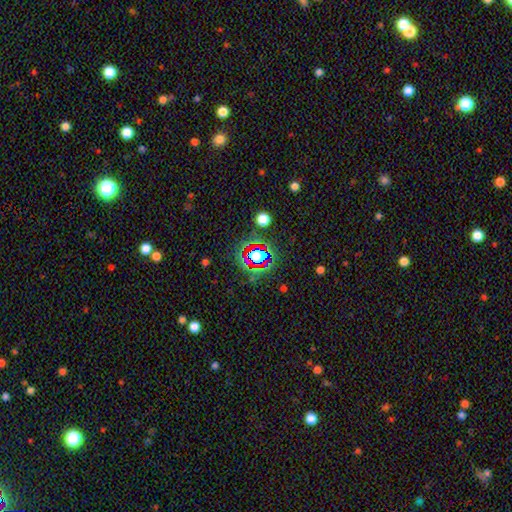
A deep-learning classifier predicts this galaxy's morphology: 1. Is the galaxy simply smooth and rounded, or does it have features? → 60% star or artifact, 28% smooth, 12% featured or disk.